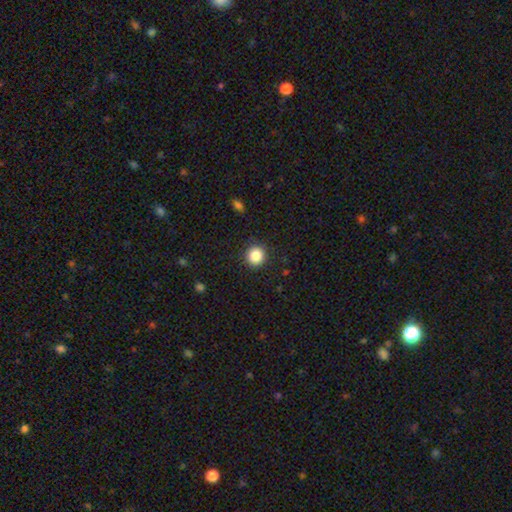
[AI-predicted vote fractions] Smooth or featured? smooth (86%)
How rounded? round (92%)
Merging? none (90%)